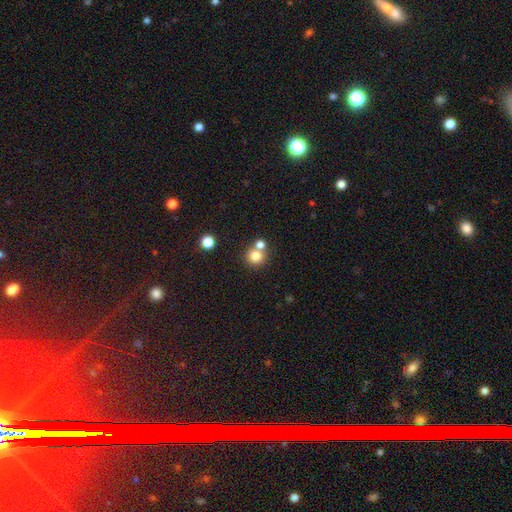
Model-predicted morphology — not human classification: Smooth or featured: smooth — 79% (star or artifact — 12%)
How rounded: round — 90% (in between — 10%)
Merging: none — 56% (merger — 35%)